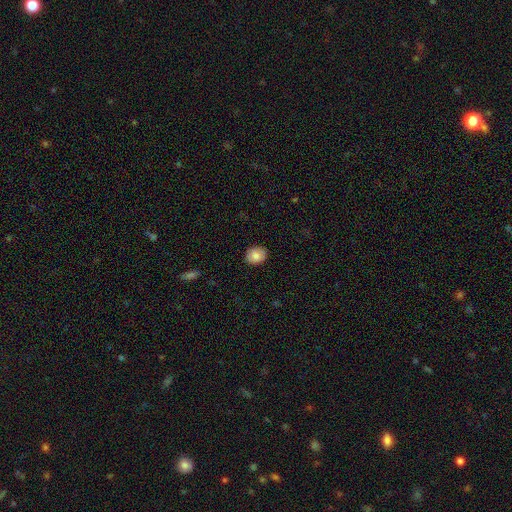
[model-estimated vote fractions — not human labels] A smooth galaxy with no disk features (78%) that is round (52%).

Vote fractions:
- Smooth or featured? smooth: 78% / featured or disk: 14% / star or artifact: 8%
- How rounded? round: 52% / in between: 47% / cigar-shaped: 1%
- Merging? none: 86% / minor disturbance: 10% / major disturbance: 2% / merger: 1%